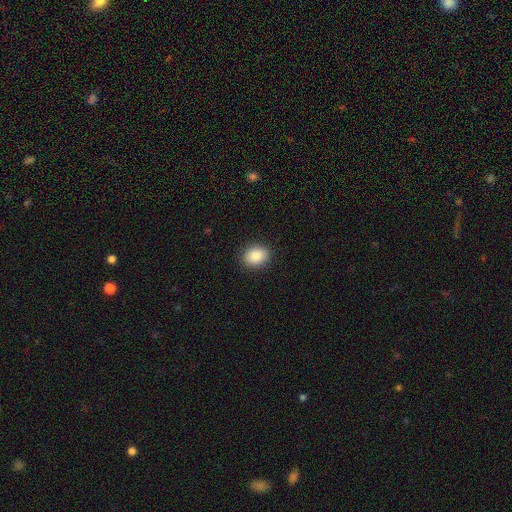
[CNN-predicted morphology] smooth_or_featured: smooth (p=0.85) [alt: star or artifact p=0.08]
how_rounded: in between (p=0.56) [alt: round p=0.43]
merging: none (p=0.90) [alt: minor disturbance p=0.07]